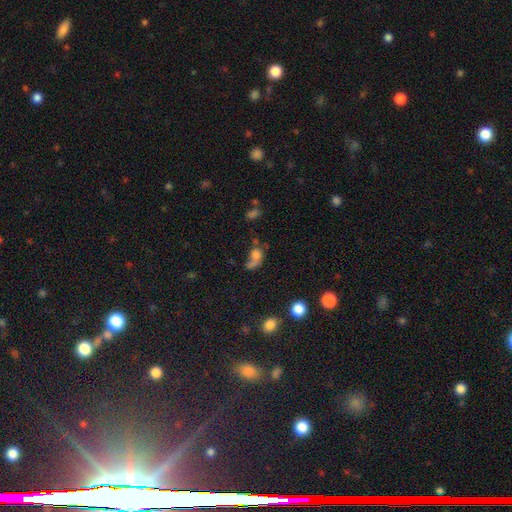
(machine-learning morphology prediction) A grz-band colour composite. It shows a smooth galaxy with no disk features (65%) that is in between round and cigar-shaped (60%). Merging: merger (34%).